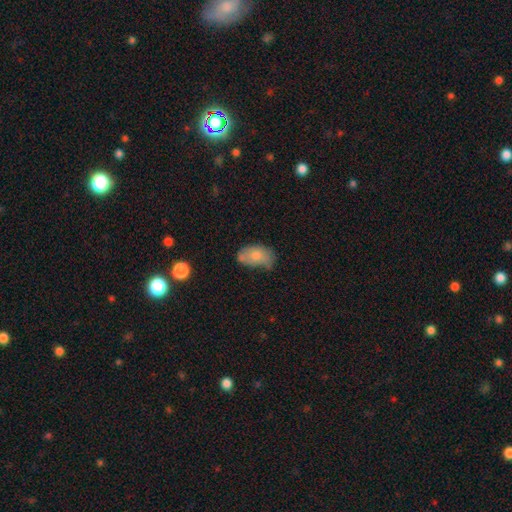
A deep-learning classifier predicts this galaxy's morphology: The model was most divided on "merging": none: 39%, minor disturbance: 36%, major disturbance: 15%, merger: 10%. More confident: how rounded — in between (90%); smooth or featured — smooth (71%).